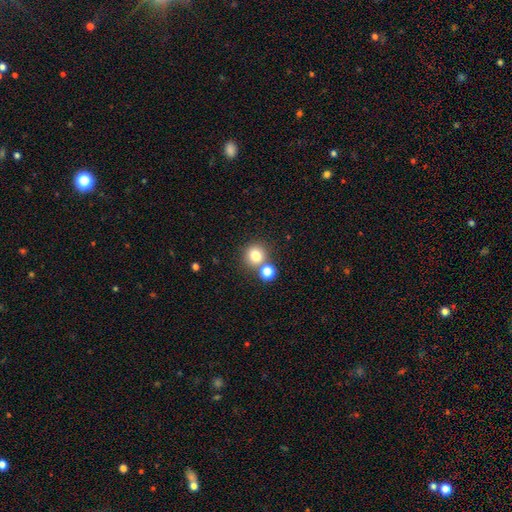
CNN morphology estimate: Smooth or featured? Predicted: smooth (p=0.78). How rounded? Predicted: round (p=0.90). Merging? Predicted: none (p=0.69).